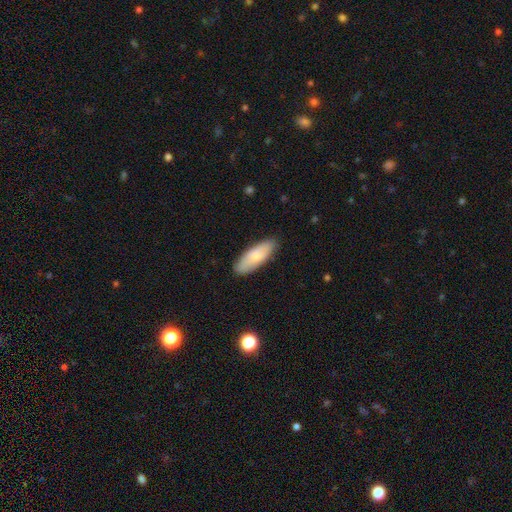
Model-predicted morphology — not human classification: Smooth or featured: smooth — 77% (featured or disk — 18%)
How rounded: in between — 69% (cigar-shaped — 29%)
Merging: none — 85% (minor disturbance — 12%)